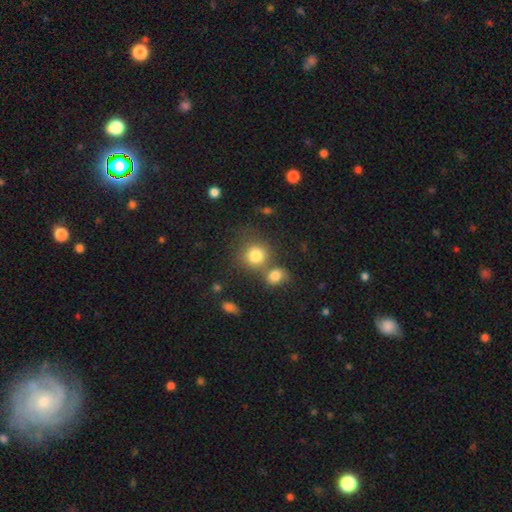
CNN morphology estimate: This is likely a smooth galaxy (79%). How rounded: clearly round (84%). Merging: possibly none (53%).